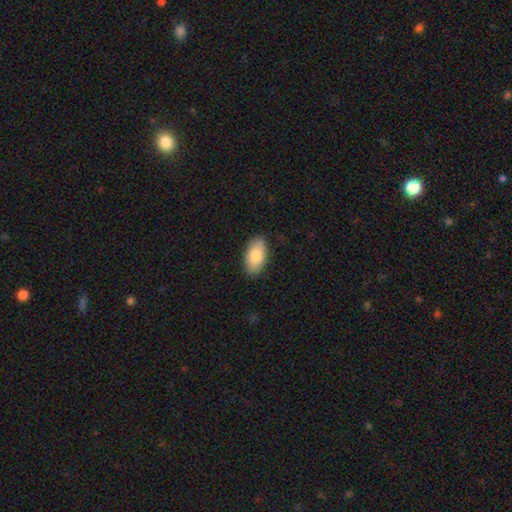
Q: Smooth or featured?
A: smooth (89%); runner-up: featured or disk (8%)
Q: How rounded?
A: in between (91%); runner-up: round (9%)
Q: Merging?
A: none (86%); runner-up: minor disturbance (11%)